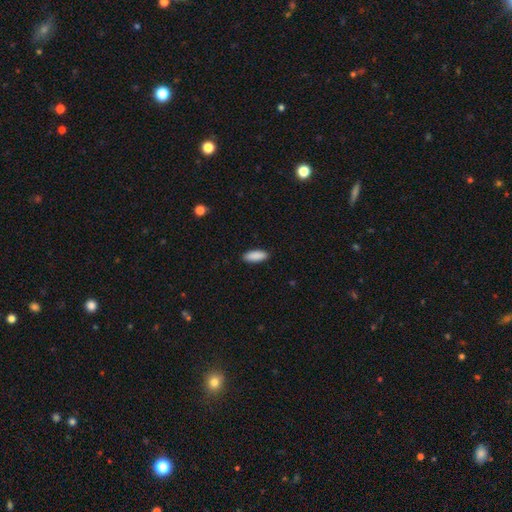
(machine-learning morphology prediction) smooth_or_featured: smooth (p=0.91) [alt: star or artifact p=0.06]
how_rounded: in between (p=0.77) [alt: cigar-shaped p=0.22]
merging: none (p=0.90) [alt: minor disturbance p=0.07]